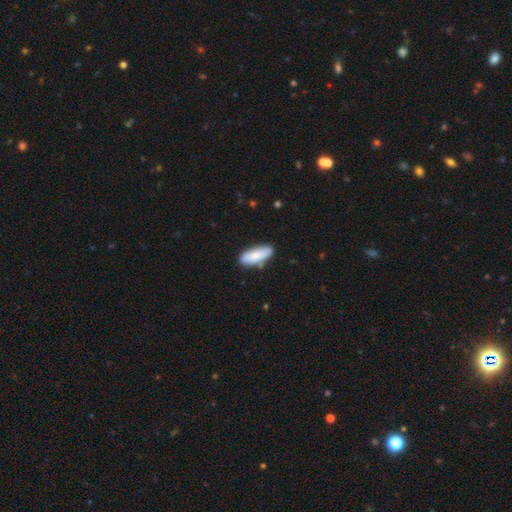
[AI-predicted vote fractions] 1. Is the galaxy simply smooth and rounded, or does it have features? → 79% smooth, 15% featured or disk, 6% star or artifact.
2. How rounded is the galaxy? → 65% in between, 33% cigar-shaped, 2% round.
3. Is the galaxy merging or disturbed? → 79% none, 15% minor disturbance, 3% merger, 3% major disturbance.